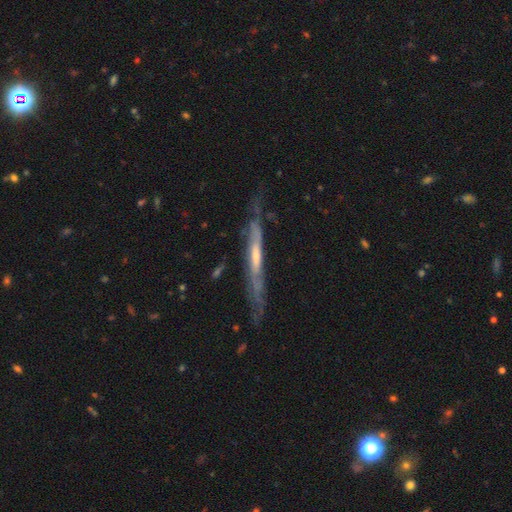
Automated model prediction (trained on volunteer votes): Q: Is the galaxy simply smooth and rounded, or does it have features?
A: featured or disk — 75%.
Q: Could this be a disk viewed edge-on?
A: yes — 72%.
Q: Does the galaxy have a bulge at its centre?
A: none — 61%.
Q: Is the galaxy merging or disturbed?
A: none — 60%.